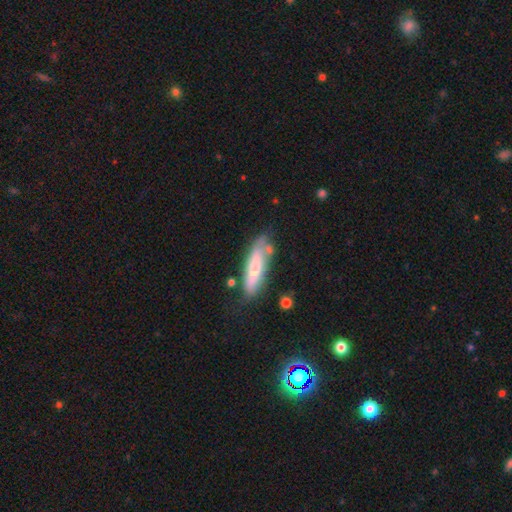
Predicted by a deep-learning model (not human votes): Smooth or featured? smooth (54%)
How rounded? cigar-shaped (69%)
Merging? none (62%)